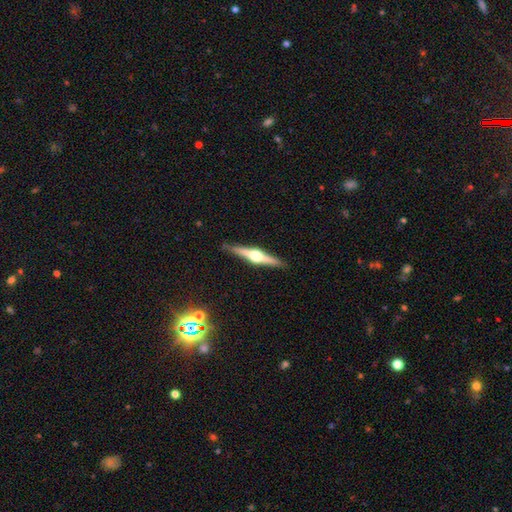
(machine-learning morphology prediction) A featured or disk galaxy (81%) viewed edge-on (98%) with a rounded central bulge (94%).

Vote fractions:
- Smooth or featured? featured or disk: 81% / smooth: 14% / star or artifact: 5%
- Edge-on disk? yes: 98% / no: 2%
- Edge-on bulge? rounded: 94% / boxy: 4% / none: 1%
- Merging? none: 89% / minor disturbance: 8% / major disturbance: 2% / merger: 1%